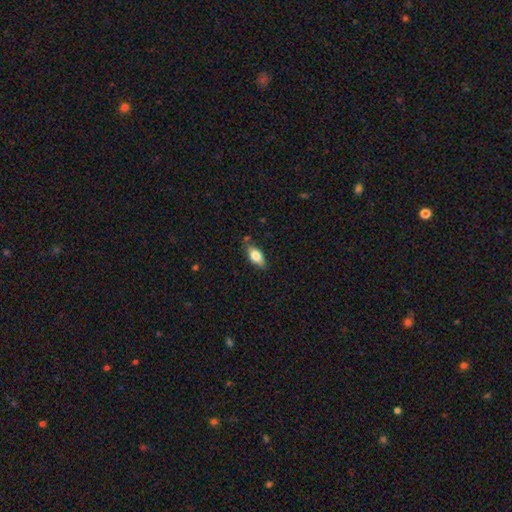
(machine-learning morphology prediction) Smooth or featured? Predicted: smooth (p=0.75). How rounded? Predicted: in between (p=0.86). Merging? Predicted: none (p=0.75).